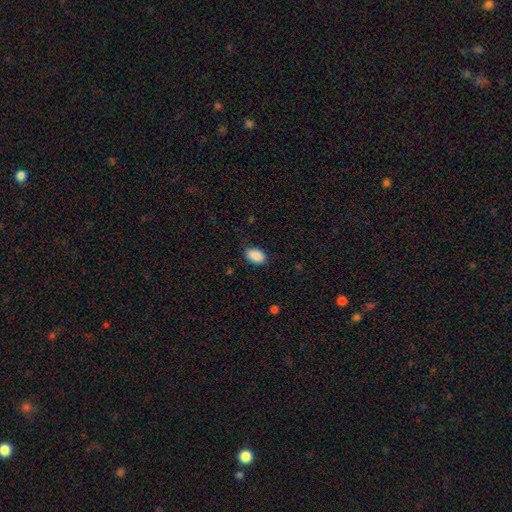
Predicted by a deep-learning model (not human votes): smooth-or-featured: smooth: 90% | star or artifact: 7% | featured or disk: 3%
  how-rounded: in between: 90% | round: 9% | cigar-shaped: 1%
  merging: none: 84% | minor disturbance: 12% | major disturbance: 3% | merger: 1%